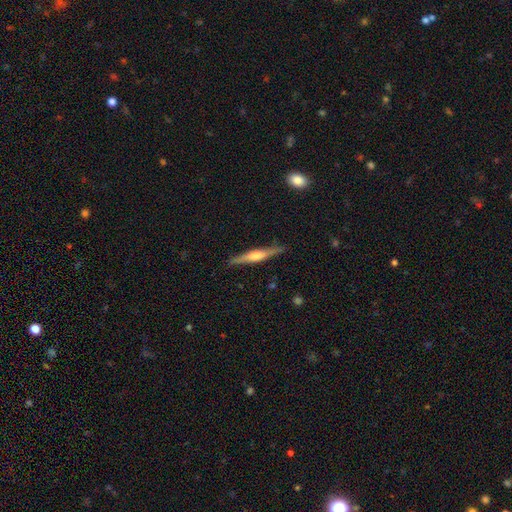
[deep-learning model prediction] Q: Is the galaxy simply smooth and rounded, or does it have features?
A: featured or disk — 64%.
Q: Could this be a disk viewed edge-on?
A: yes — 97%.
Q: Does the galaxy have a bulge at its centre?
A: rounded — 68%.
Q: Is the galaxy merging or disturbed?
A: none — 88%.